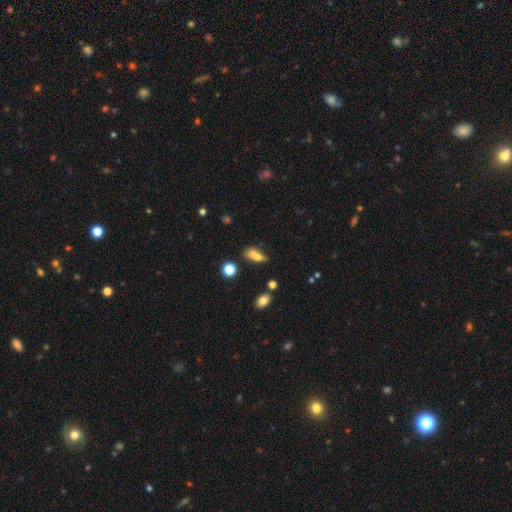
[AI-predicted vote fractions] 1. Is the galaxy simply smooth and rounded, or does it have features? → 66% smooth, 20% featured or disk, 14% star or artifact.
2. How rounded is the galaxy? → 66% in between, 22% round, 12% cigar-shaped.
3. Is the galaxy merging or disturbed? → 46% merger, 33% none, 13% minor disturbance, 8% major disturbance.